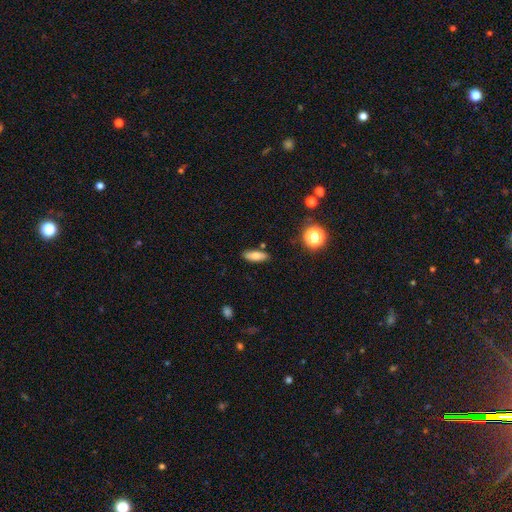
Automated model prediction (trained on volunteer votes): This is likely a smooth galaxy (78%). How rounded: likely in between (65%). Merging: clearly none (85%).